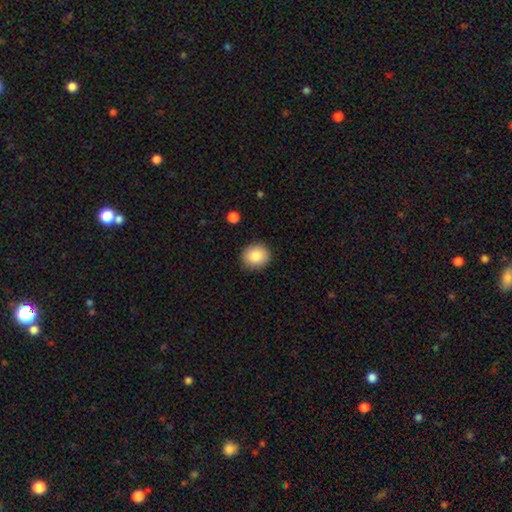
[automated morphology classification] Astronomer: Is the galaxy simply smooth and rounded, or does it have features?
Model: smooth — 85%.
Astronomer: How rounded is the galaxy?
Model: round — 79%.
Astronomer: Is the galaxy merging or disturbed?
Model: none — 90%.